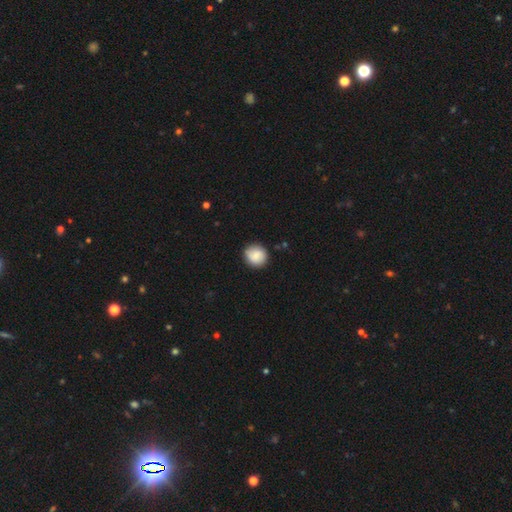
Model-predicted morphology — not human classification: smooth 83%, featured or disk 10%, star or artifact 7%. Down the decision tree: how rounded — round (91%); merging — none (86%).